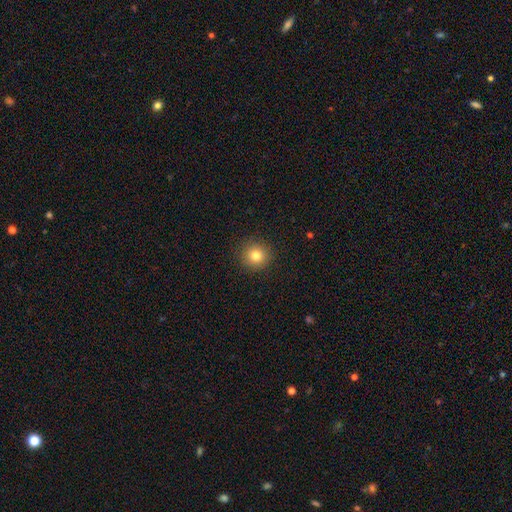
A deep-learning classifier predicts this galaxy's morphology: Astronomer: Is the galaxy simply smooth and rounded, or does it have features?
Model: smooth — 81%.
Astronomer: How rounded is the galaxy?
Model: round — 93%.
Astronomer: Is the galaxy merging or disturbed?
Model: none — 91%.